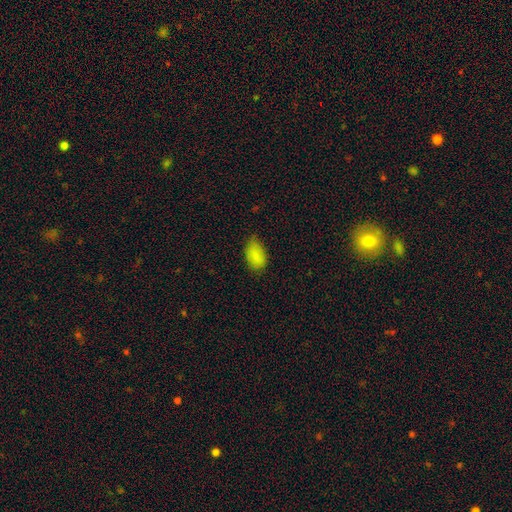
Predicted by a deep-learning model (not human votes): A smooth galaxy with no disk features (86%) that is in between round and cigar-shaped (92%). Merging: none (66%).